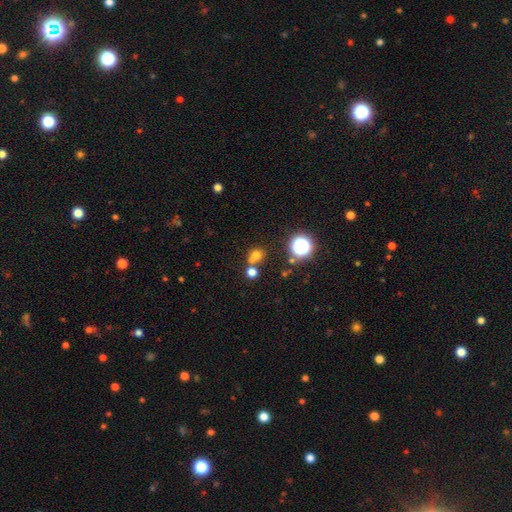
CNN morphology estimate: A smooth galaxy with no disk features (68%) that is round (81%). Merging: none (53%).